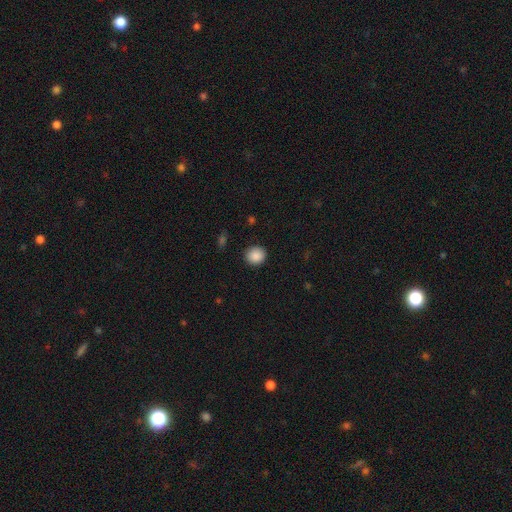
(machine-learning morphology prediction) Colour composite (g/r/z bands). It shows a smooth galaxy with no disk features (88%) that is round (84%). Merging: none (90%).